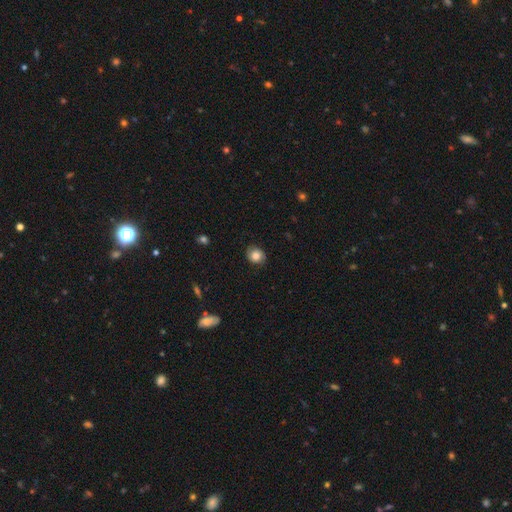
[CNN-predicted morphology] smooth-or-featured: smooth: 73% | featured or disk: 18% | star or artifact: 9%
  how-rounded: round: 63% | in between: 36% | cigar-shaped: 1%
  merging: none: 81% | minor disturbance: 15% | major disturbance: 3% | merger: 1%